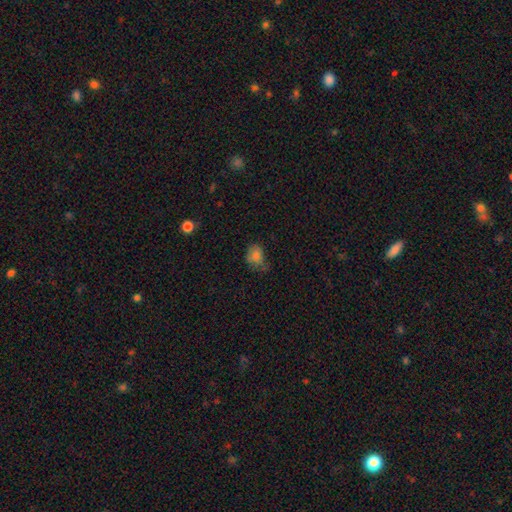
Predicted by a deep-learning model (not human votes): Smooth or featured: smooth — 77% (star or artifact — 12%)
How rounded: in between — 55% (round — 44%)
Merging: none — 55% (minor disturbance — 31%)